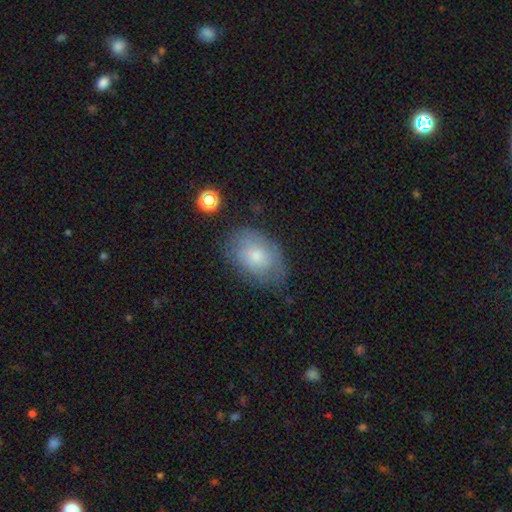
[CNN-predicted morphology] A smooth galaxy with no disk features (64%) that is in between round and cigar-shaped (84%).

Vote fractions:
- Smooth or featured? smooth: 64% / featured or disk: 28% / star or artifact: 8%
- How rounded? in between: 84% / round: 14% / cigar-shaped: 1%
- Merging? none: 65% / minor disturbance: 25% / major disturbance: 8% / merger: 2%